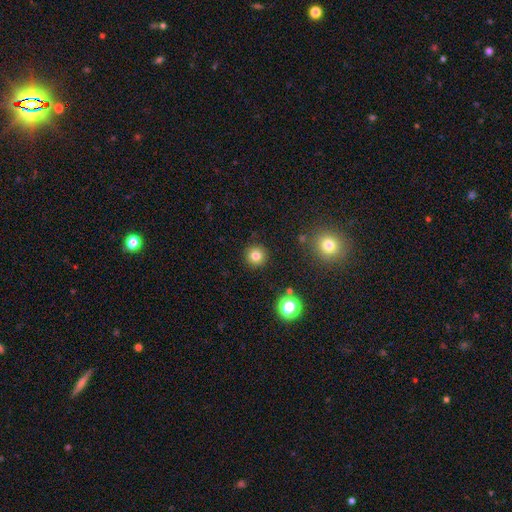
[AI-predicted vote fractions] Smooth or featured?
  - smooth: 79% *
  - star or artifact: 14%
  - featured or disk: 7%
How rounded?
  - round: 95% *
  - in between: 4%
  - cigar-shaped: 1%
Merging?
  - none: 91% *
  - minor disturbance: 5%
  - major disturbance: 2%
  - merger: 1%